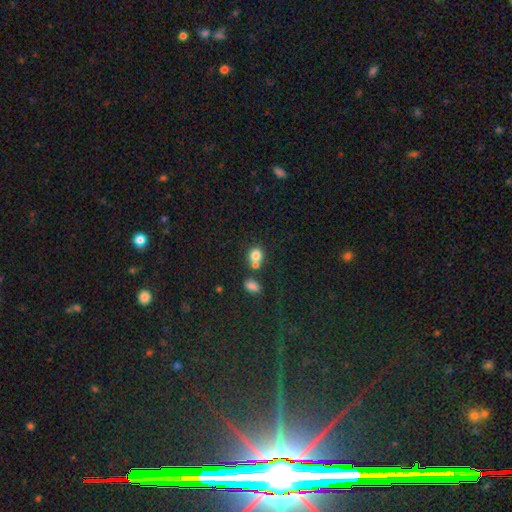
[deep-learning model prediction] Q: Smooth or featured?
A: smooth (79%); runner-up: star or artifact (11%)
Q: How rounded?
A: round (77%); runner-up: in between (22%)
Q: Merging?
A: none (46%); runner-up: merger (41%)